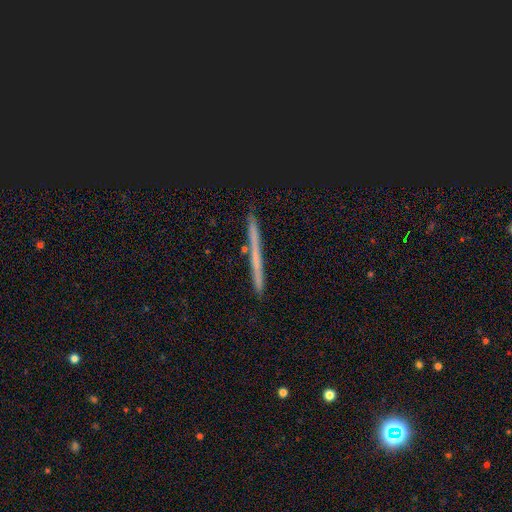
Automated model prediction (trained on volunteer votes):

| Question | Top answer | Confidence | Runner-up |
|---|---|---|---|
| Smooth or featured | smooth | 47% | featured or disk (39%) |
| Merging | none | 90% | minor disturbance (7%) |